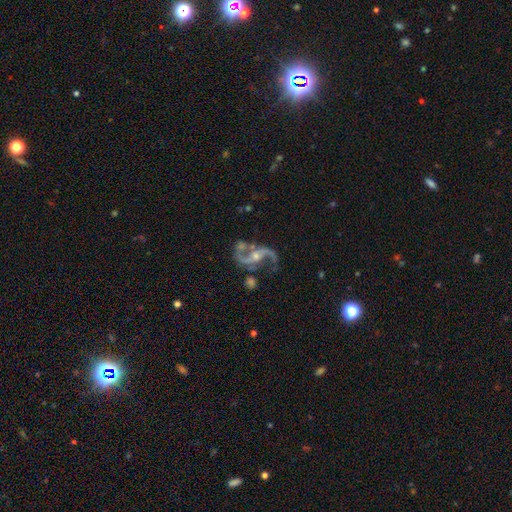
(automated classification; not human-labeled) This is clearly a featured or disk galaxy (91%). It is clearly not viewed edge-on (98%). Bar: possibly no (47%). Spiral arm pattern: clearly yes (96%). Spiral arm count: clearly 2 (93%). Spiral winding: likely loose (69%). Central bulge: possibly small (48%). Merging: possibly none (57%).